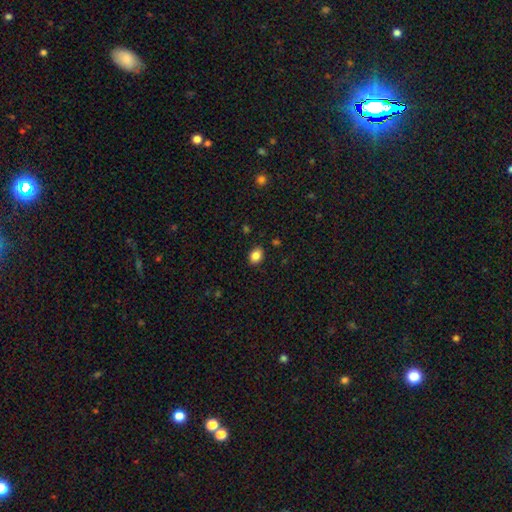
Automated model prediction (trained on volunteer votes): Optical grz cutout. It shows a smooth galaxy with no disk features (86%) that is in between round and cigar-shaped (67%). Merging: none (87%).